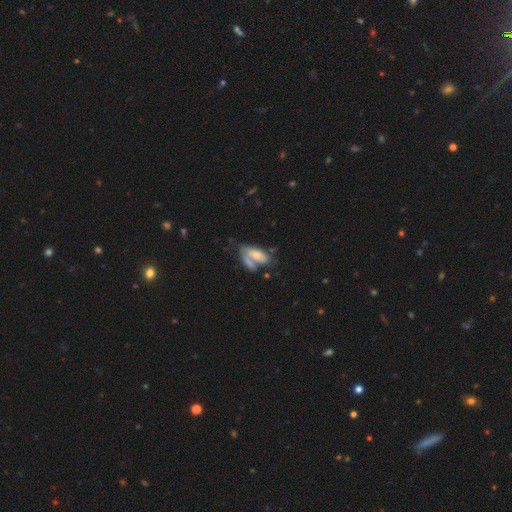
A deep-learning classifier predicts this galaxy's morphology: Overall: smooth (60%; featured or disk 33%). How rounded: in between (87%). Merging: merger (40%; none 27%).